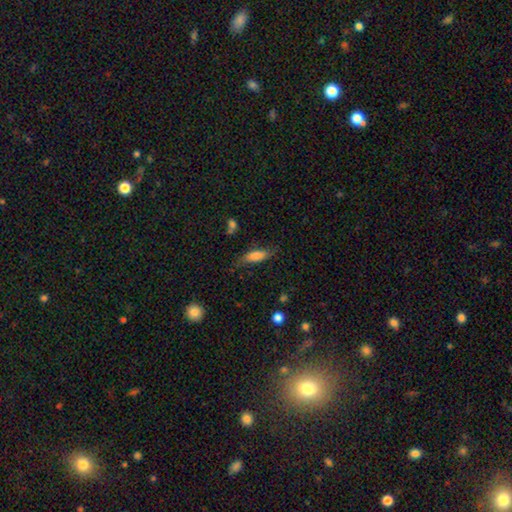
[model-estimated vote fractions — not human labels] Morphology: type=smooth (76%); roundness=in between (62%); merging=none (68%).